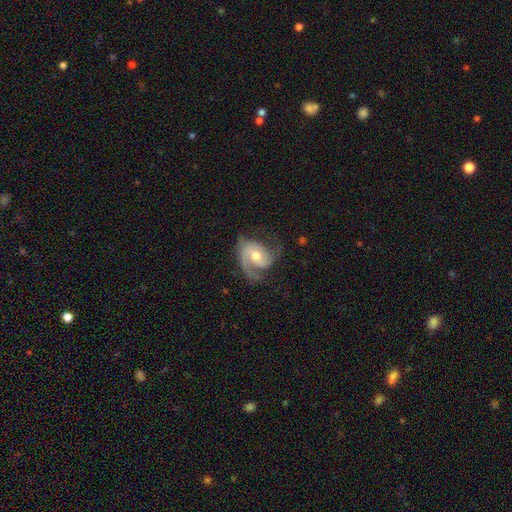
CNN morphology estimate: Smooth or featured? featured or disk (83%)
Edge-on disk? no (97%)
Bar? no (56%)
Spiral arms? yes (95%)
Spiral winding? medium (48%)
Spiral arm count? 2 (59%)
Bulge size? moderate (65%)
Merging? none (55%)